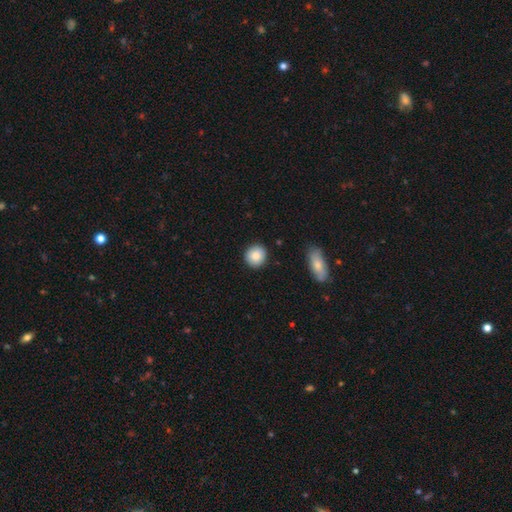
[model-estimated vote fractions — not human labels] Smooth or featured? Predicted: smooth (p=0.87). How rounded? Predicted: round (p=0.86). Merging? Predicted: none (p=0.89).